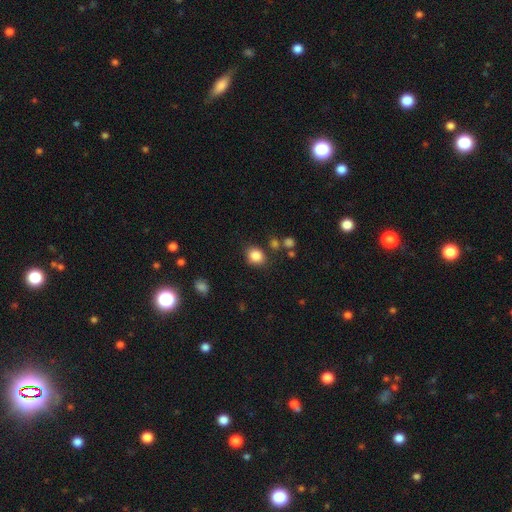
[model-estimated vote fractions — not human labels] Q: Smooth or featured?
A: smooth (85%); runner-up: star or artifact (10%)
Q: How rounded?
A: round (60%); runner-up: in between (39%)
Q: Merging?
A: none (80%); runner-up: minor disturbance (11%)